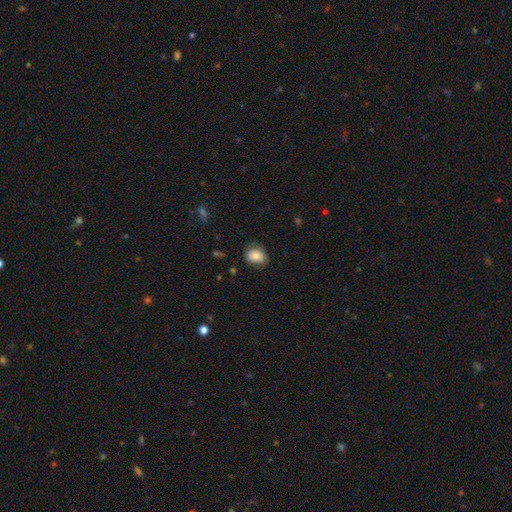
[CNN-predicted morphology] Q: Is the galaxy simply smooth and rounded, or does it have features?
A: smooth — 78%.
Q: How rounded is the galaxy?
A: in between — 57%.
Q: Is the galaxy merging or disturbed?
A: none — 69%.